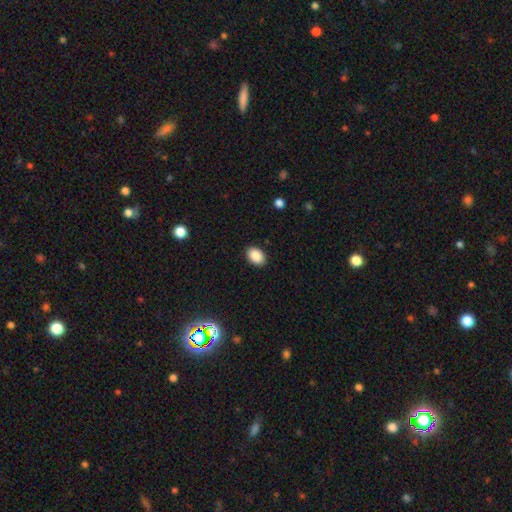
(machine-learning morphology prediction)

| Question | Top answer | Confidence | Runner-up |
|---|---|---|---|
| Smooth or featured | smooth | 89% | star or artifact (8%) |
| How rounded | in between | 80% | round (19%) |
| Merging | none | 89% | minor disturbance (8%) |